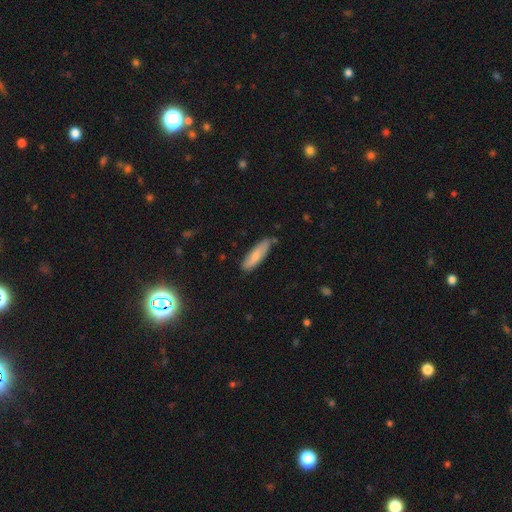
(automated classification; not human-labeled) smooth_or_featured: smooth (p=0.73) [alt: featured or disk p=0.21]
how_rounded: cigar-shaped (p=0.57) [alt: in between p=0.41]
merging: none (p=0.75) [alt: minor disturbance p=0.19]